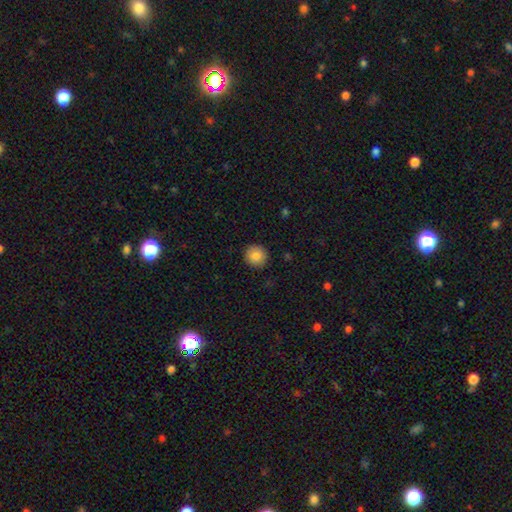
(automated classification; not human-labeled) Smooth or featured? smooth (86%)
How rounded? round (94%)
Merging? none (91%)